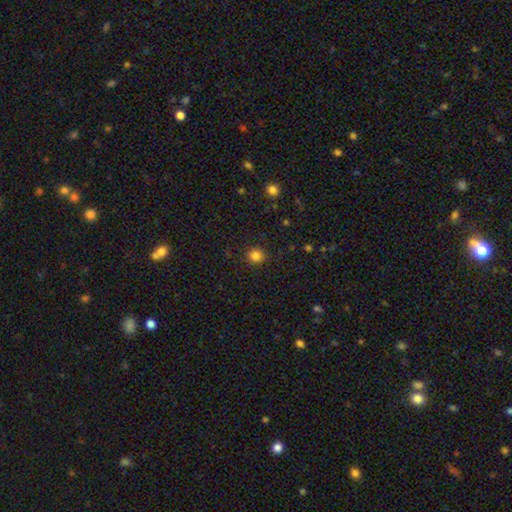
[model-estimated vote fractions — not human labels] smooth-or-featured: smooth: 84% | star or artifact: 13% | featured or disk: 4%
  how-rounded: round: 90% | in between: 10% | cigar-shaped: 1%
  merging: none: 90% | minor disturbance: 7% | major disturbance: 2% | merger: 1%